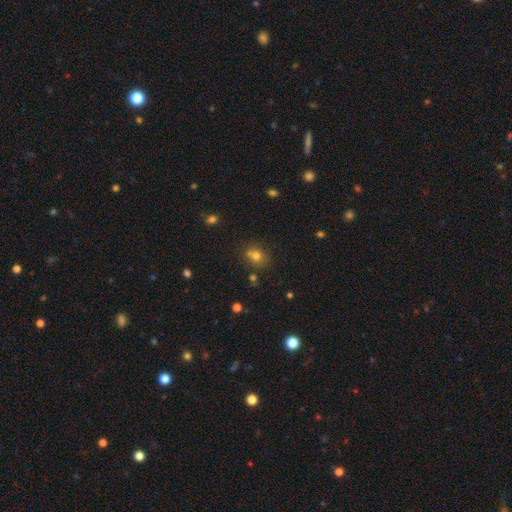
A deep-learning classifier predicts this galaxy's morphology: This is likely a smooth galaxy (70%). How rounded: likely round (71%). Merging: likely none (61%).